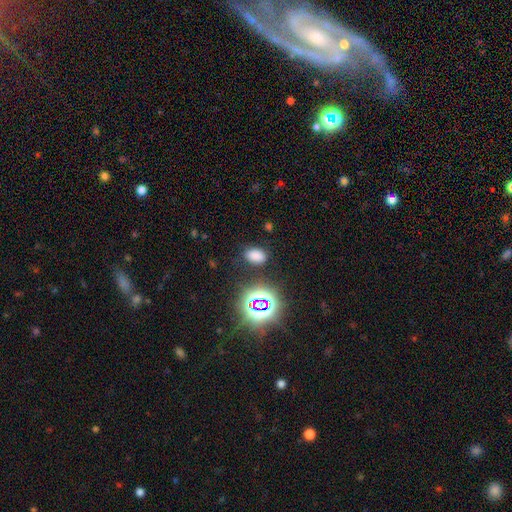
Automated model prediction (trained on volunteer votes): Morphology: type=smooth (72%); roundness=in between (86%); merging=none (82%).